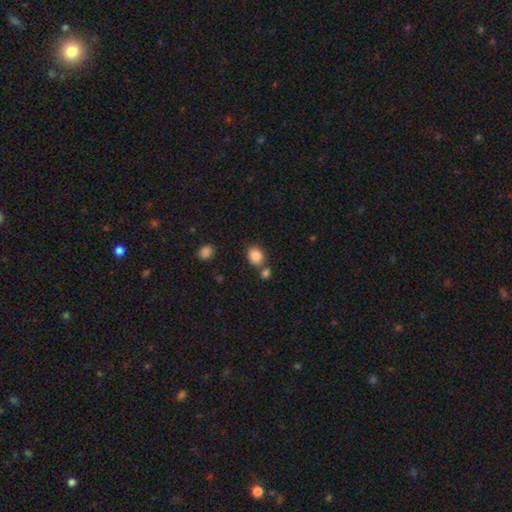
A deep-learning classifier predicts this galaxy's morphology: smooth-or-featured: smooth: 86% | star or artifact: 9% | featured or disk: 5%
  how-rounded: round: 57% | in between: 42% | cigar-shaped: 1%
  merging: none: 65% | merger: 21% | minor disturbance: 10% | major disturbance: 3%